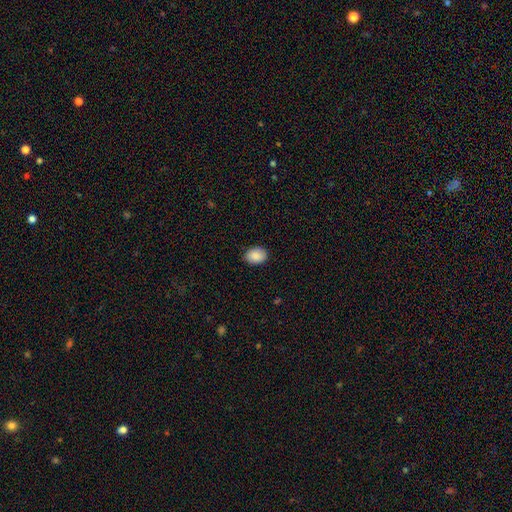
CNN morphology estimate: type=smooth (89%); roundness=in between (68%); merging=none (85%).